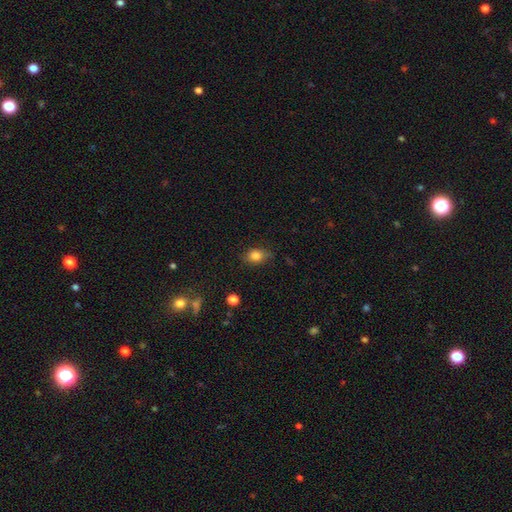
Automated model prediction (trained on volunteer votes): This is clearly a smooth galaxy (81%). How rounded: likely in between (61%). Merging: likely none (76%).